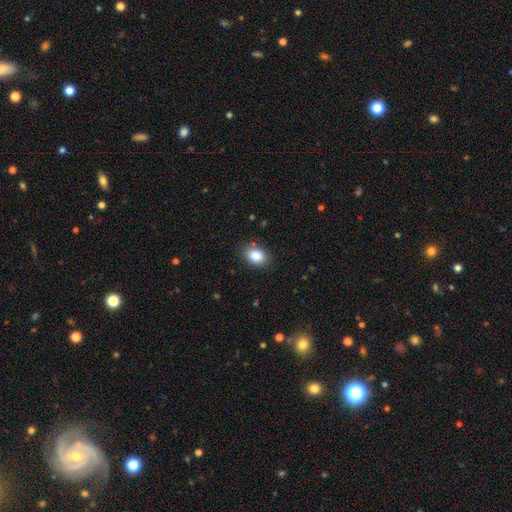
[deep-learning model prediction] smooth-or-featured: smooth: 86% | star or artifact: 9% | featured or disk: 6%
  how-rounded: in between: 77% | round: 22% | cigar-shaped: 1%
  merging: none: 85% | minor disturbance: 11% | major disturbance: 3% | merger: 1%